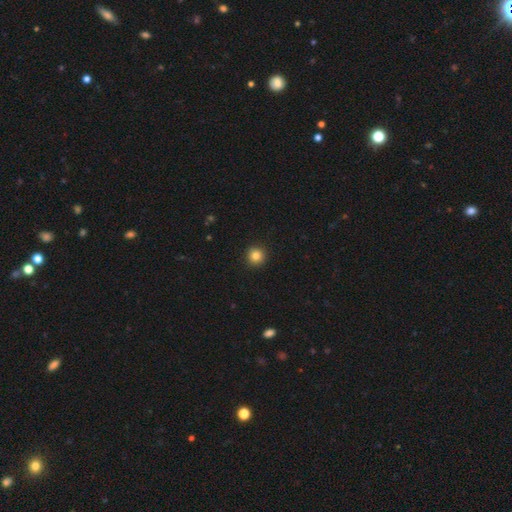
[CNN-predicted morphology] Overall: smooth (84%). How rounded: round (95%). Merging: none (93%).